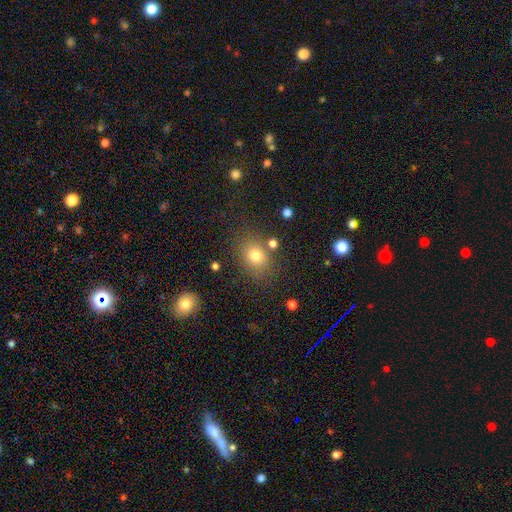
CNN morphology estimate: Smooth or featured?
  - smooth: 76% *
  - star or artifact: 14%
  - featured or disk: 10%
How rounded?
  - round: 50% *
  - in between: 49%
  - cigar-shaped: 1%
Merging?
  - none: 75% *
  - minor disturbance: 13%
  - merger: 6%
  - major disturbance: 5%